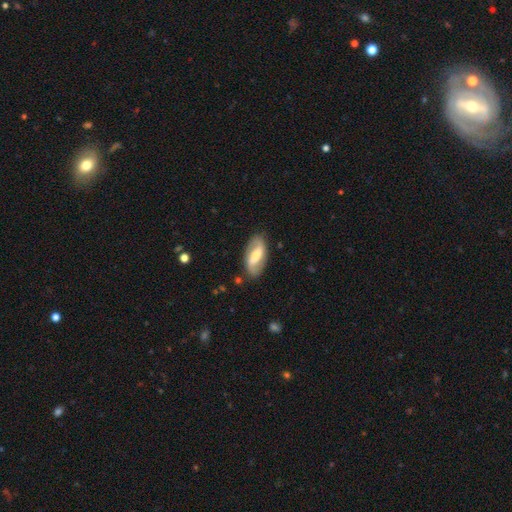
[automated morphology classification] smooth_or_featured: featured or disk (p=0.64) [alt: smooth p=0.30]
disk_edge_on: no (p=0.91) [alt: yes p=0.09]
bar: strong (p=0.48) [alt: weak p=0.37]
has_spiral_arms: yes (p=0.80) [alt: no p=0.20]
bulge_size: moderate (p=0.52) [alt: small p=0.27]
merging: none (p=0.83) [alt: minor disturbance p=0.12]